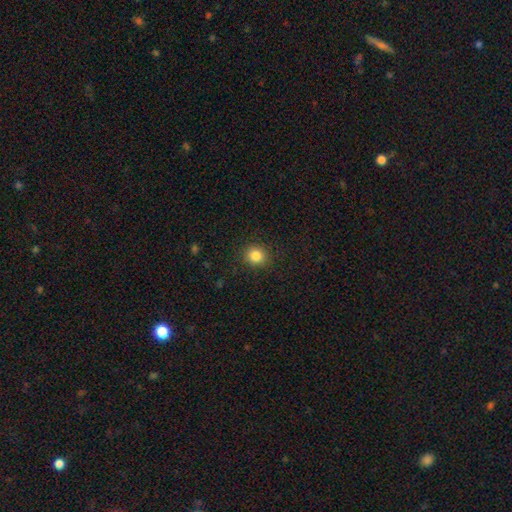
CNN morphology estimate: The model was most divided on "how rounded": round: 84%, in between: 15%, cigar-shaped: 1%. More confident: merging — none (89%); smooth or featured — smooth (85%).